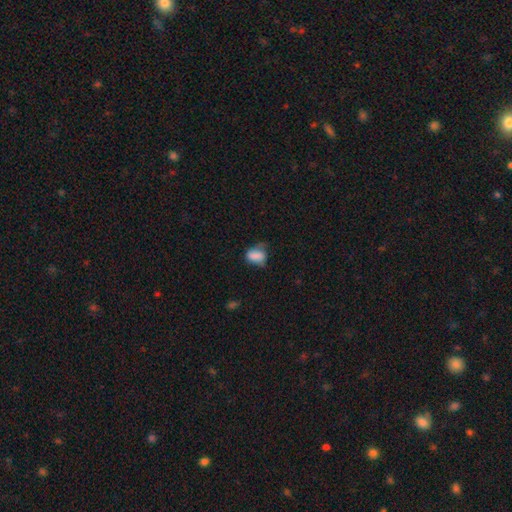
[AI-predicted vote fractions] Overall: smooth (76%). How rounded: in between (78%). Merging: minor disturbance (39%; none 34%).